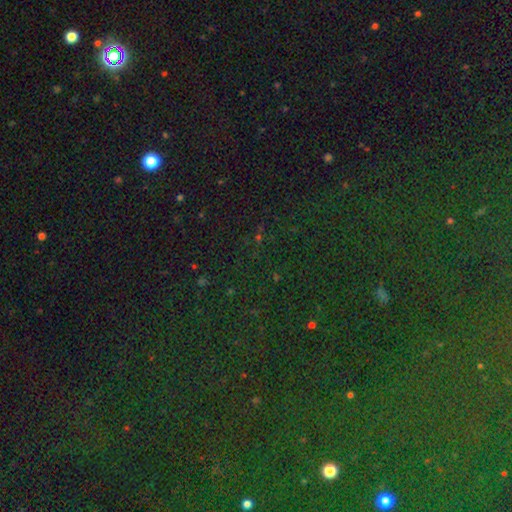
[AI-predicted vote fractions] Smooth or featured: star or artifact — 84% (smooth — 9%)